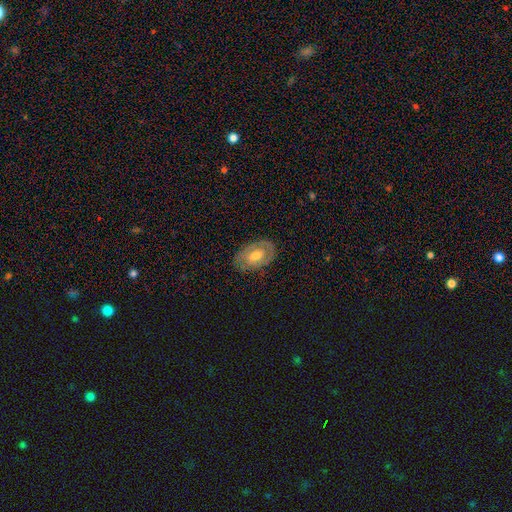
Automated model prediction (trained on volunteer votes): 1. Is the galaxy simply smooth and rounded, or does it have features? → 60% featured or disk, 34% smooth, 6% star or artifact.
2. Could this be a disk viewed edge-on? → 93% no, 7% yes.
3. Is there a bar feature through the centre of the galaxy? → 60% no, 32% weak, 8% strong.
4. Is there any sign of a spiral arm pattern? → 52% yes, 48% no.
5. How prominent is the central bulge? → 67% moderate, 17% small, 12% large, 2% none, 1% dominant.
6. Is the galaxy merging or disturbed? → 74% none, 19% minor disturbance, 6% major disturbance, 1% merger.